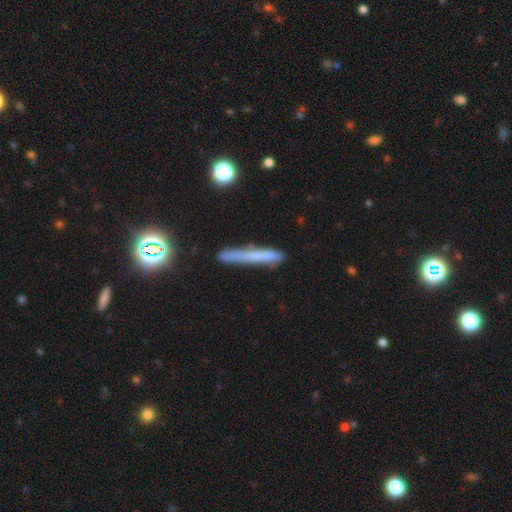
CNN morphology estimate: This is possibly a smooth galaxy (57%). How rounded: clearly cigar-shaped (94%). Merging: likely none (74%).